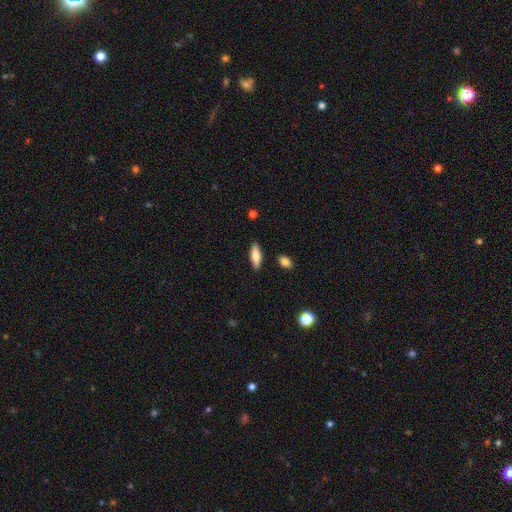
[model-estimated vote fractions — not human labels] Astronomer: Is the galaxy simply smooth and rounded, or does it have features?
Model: smooth — 71%.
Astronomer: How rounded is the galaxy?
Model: in between — 63%.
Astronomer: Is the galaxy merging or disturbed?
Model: none — 86%.